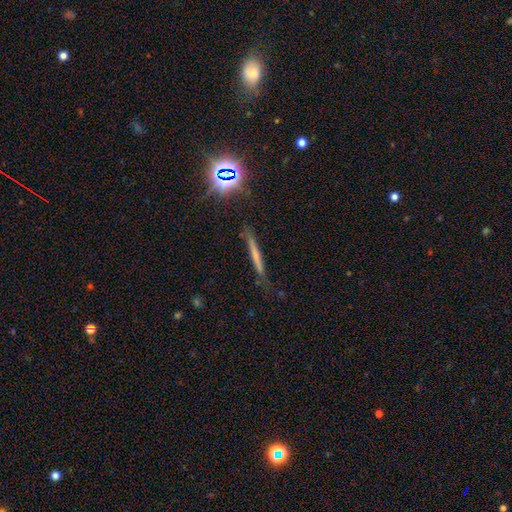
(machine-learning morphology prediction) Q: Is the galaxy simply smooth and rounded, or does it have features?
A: smooth — 47%.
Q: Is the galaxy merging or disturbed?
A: none — 77%.